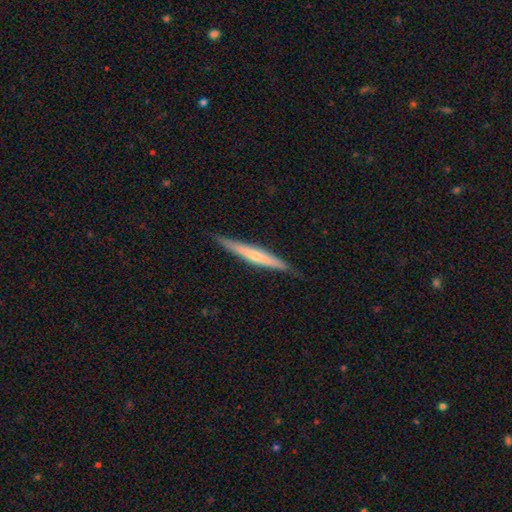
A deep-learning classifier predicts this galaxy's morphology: Smooth or featured? featured or disk (55%)
Edge-on disk? yes (96%)
Edge-on bulge? rounded (56%)
Merging? none (87%)